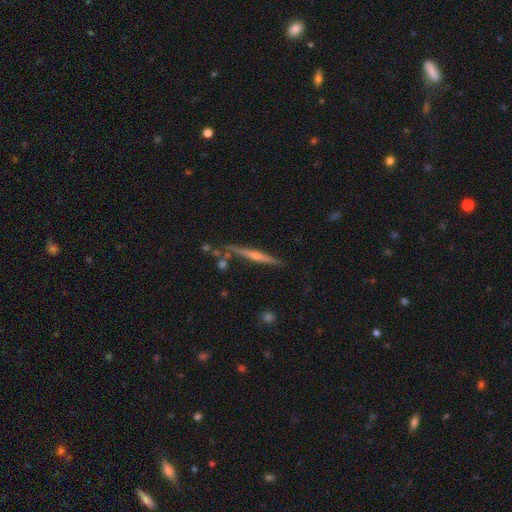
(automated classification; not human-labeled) Smooth or featured? Predicted: featured or disk (p=0.67). Edge-on disk? Predicted: yes (p=0.93). Edge-on bulge? Predicted: rounded (p=0.72). Merging? Predicted: none (p=0.68).